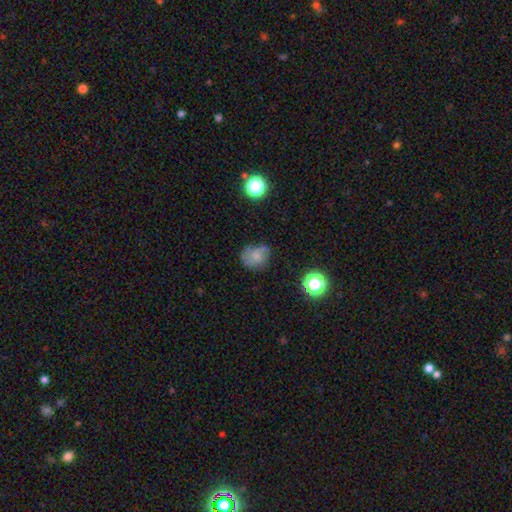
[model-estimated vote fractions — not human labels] Smooth or featured?
  - smooth: 61% *
  - featured or disk: 26%
  - star or artifact: 13%
How rounded?
  - round: 67% *
  - in between: 32%
  - cigar-shaped: 1%
Merging?
  - none: 55% *
  - minor disturbance: 28%
  - major disturbance: 14%
  - merger: 3%